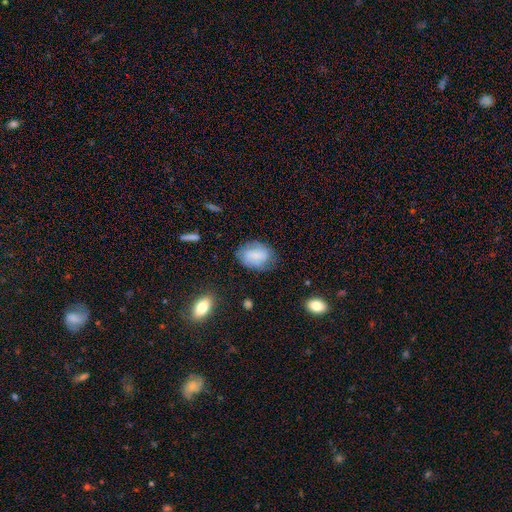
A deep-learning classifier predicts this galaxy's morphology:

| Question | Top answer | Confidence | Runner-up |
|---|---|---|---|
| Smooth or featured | smooth | 72% | featured or disk (20%) |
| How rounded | in between | 78% | round (20%) |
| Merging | none | 70% | minor disturbance (21%) |